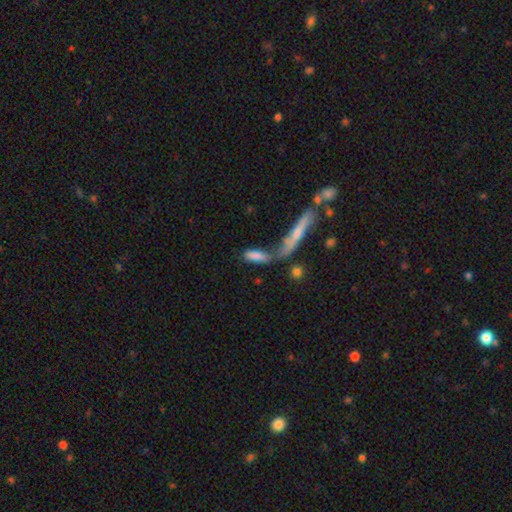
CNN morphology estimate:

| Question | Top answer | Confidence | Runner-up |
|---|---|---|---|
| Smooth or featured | smooth | 76% | featured or disk (17%) |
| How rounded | cigar-shaped | 51% | in between (46%) |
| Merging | merger | 39% | none (36%) |